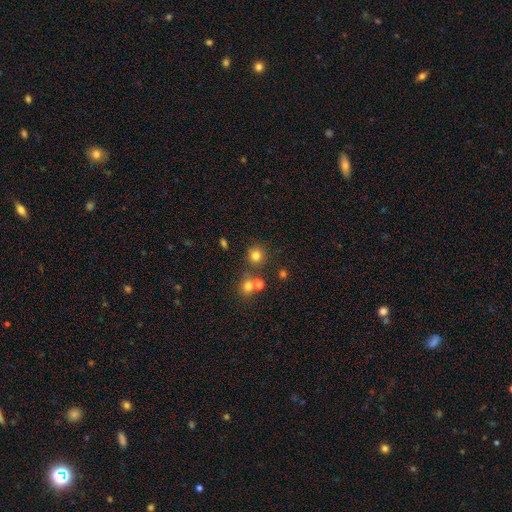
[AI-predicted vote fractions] The model was most divided on "smooth or featured": smooth: 77%, star or artifact: 16%, featured or disk: 8%. More confident: how rounded — round (89%); merging — none (76%).